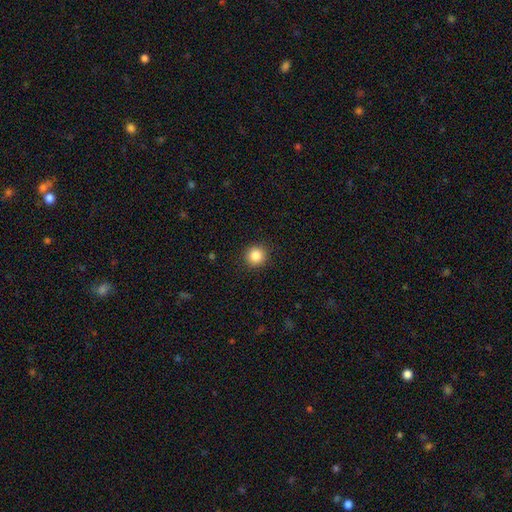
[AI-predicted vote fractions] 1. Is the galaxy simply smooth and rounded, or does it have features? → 86% smooth, 10% star or artifact, 4% featured or disk.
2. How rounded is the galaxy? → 94% round, 5% in between, 1% cigar-shaped.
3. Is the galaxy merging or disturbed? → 91% none, 6% minor disturbance, 2% major disturbance, 1% merger.